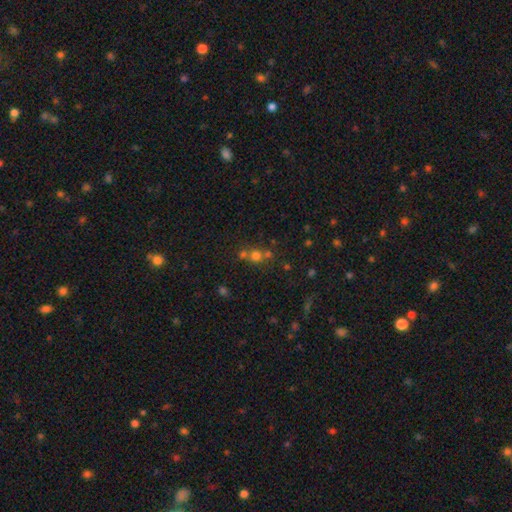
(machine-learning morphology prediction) Overall: smooth (63%). How rounded: round (86%). Merging: none (52%; merger 36%).